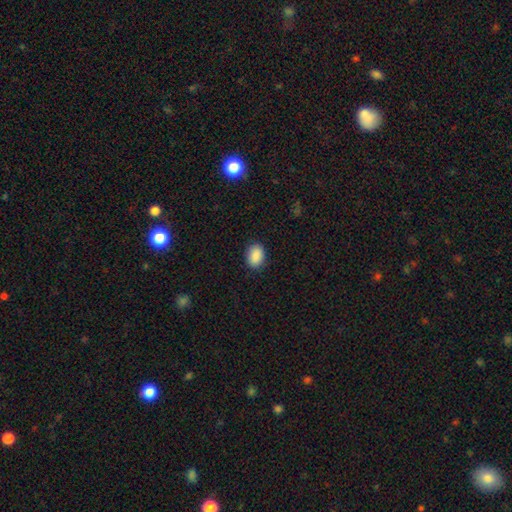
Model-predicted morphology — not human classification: This appears to be a smooth galaxy with no disk features (90%) that is in between round and cigar-shaped (75%). Merging: none (89%).